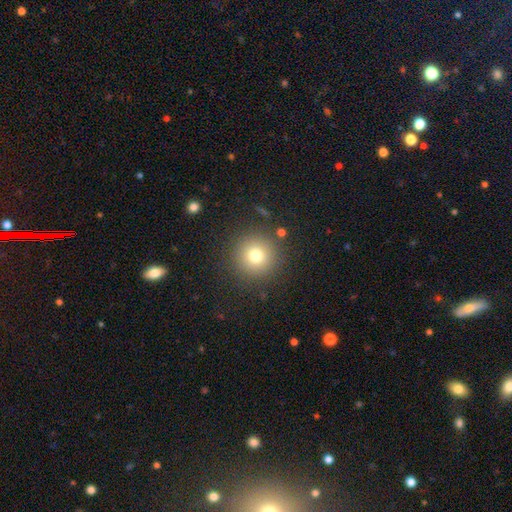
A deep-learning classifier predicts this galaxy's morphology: This is likely a smooth galaxy (75%). How rounded: clearly round (96%). Merging: clearly none (88%).